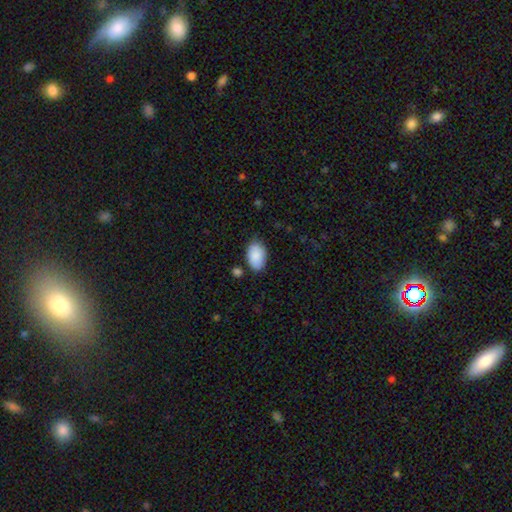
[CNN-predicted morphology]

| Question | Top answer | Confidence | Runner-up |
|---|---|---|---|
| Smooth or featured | smooth | 89% | star or artifact (6%) |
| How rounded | in between | 93% | round (6%) |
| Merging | none | 77% | minor disturbance (16%) |